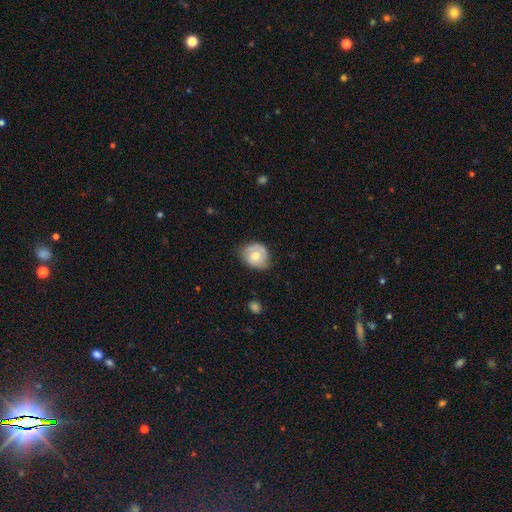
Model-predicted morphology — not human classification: Q: Smooth or featured?
A: smooth (59%); runner-up: featured or disk (34%)
Q: How rounded?
A: round (61%); runner-up: in between (38%)
Q: Merging?
A: none (65%); runner-up: minor disturbance (27%)